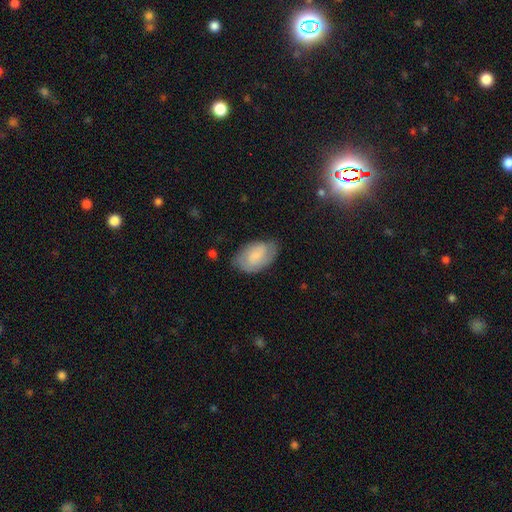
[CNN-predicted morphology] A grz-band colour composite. It shows a smooth galaxy with no disk features (55%) that is in between round and cigar-shaped (91%). Merging: none (68%).